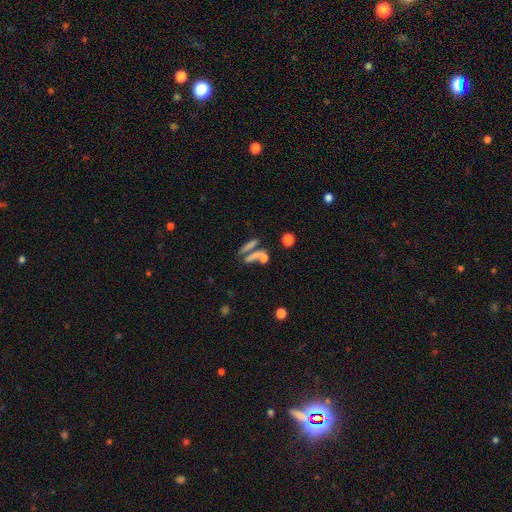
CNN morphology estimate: This is possibly a smooth galaxy (56%). How rounded: possibly cigar-shaped (53%). Merging: possibly none (51%).